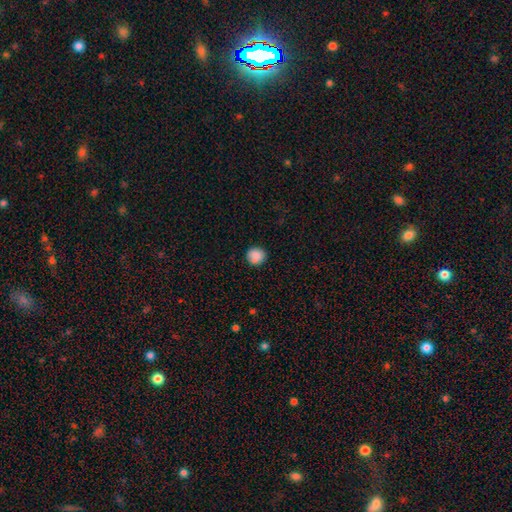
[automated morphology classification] This appears to be a smooth galaxy with no disk features (88%) that is round (90%). Merging: none (88%).